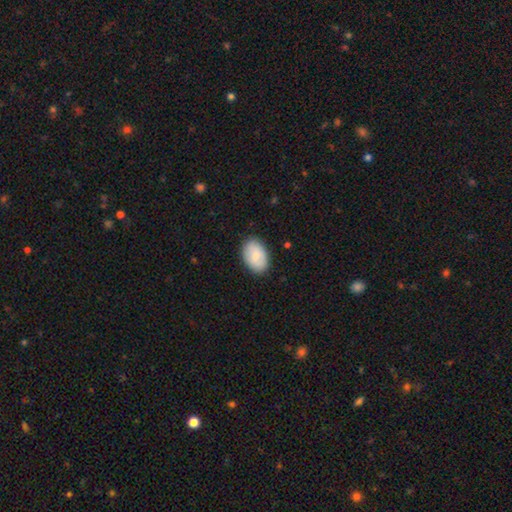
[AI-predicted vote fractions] smooth_or_featured: smooth (p=0.76) [alt: featured or disk p=0.18]
how_rounded: in between (p=0.88) [alt: round p=0.11]
merging: none (p=0.85) [alt: minor disturbance p=0.11]